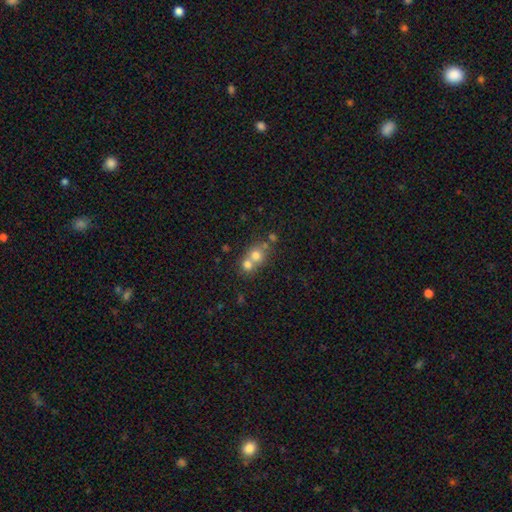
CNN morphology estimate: Smooth or featured: smooth — 70% (featured or disk — 17%)
How rounded: round — 79% (in between — 20%)
Merging: merger — 59% (none — 33%)